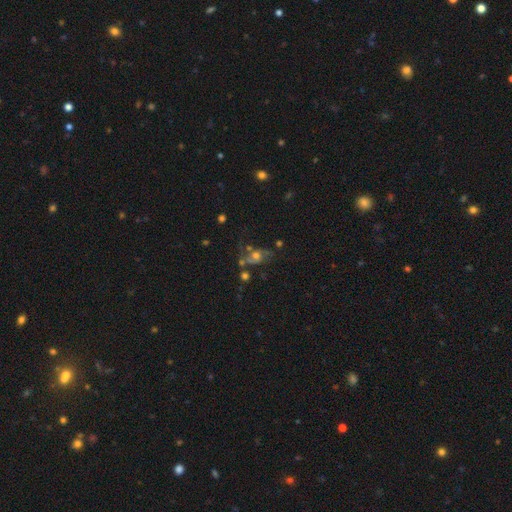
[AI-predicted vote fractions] A featured or disk galaxy (48%).

Vote fractions:
- Smooth or featured? featured or disk: 48% / smooth: 33% / star or artifact: 19%
- Merging? none: 45% / minor disturbance: 20% / major disturbance: 19% / merger: 16%